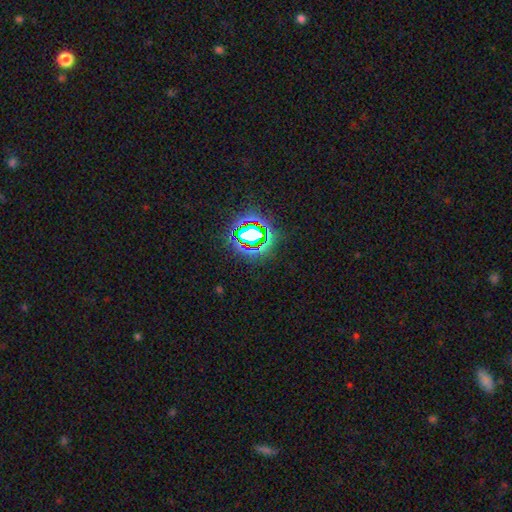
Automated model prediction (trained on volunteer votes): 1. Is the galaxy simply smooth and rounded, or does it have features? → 74% star or artifact, 18% smooth, 7% featured or disk.